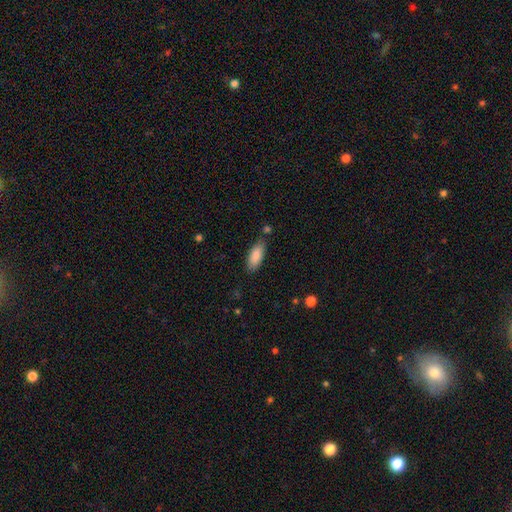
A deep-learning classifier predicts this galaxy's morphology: Smooth or featured: smooth — 87% (featured or disk — 7%)
How rounded: in between — 83% (cigar-shaped — 16%)
Merging: none — 77% (minor disturbance — 15%)